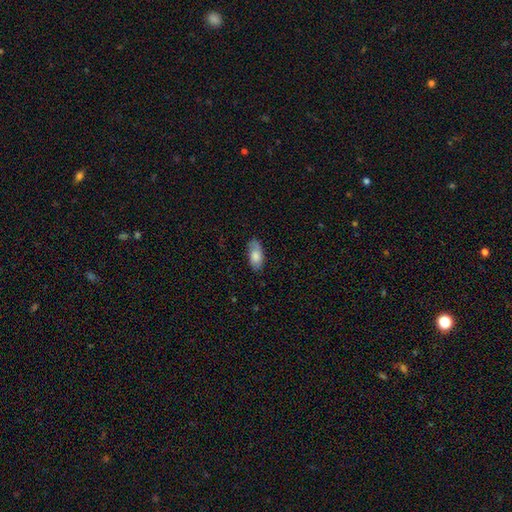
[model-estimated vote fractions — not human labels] This appears to be a smooth galaxy with no disk features (76%) that is in between round and cigar-shaped (89%). Merging: none (76%).